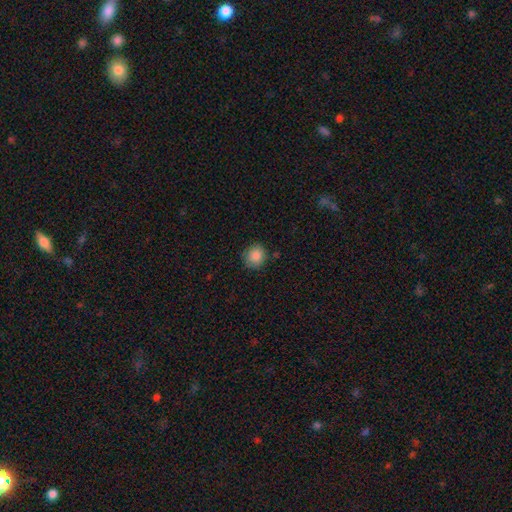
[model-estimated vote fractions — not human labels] A smooth galaxy with no disk features (86%) that is round (83%).

Vote fractions:
- Smooth or featured? smooth: 86% / star or artifact: 9% / featured or disk: 5%
- How rounded? round: 83% / in between: 16% / cigar-shaped: 1%
- Merging? none: 83% / minor disturbance: 12% / major disturbance: 2% / merger: 2%